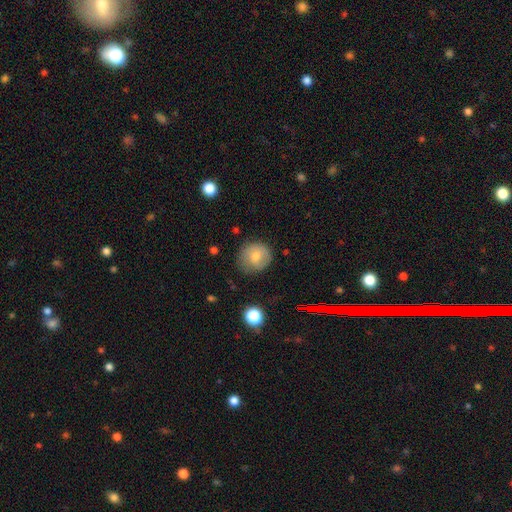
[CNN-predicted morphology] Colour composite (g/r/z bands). It shows a smooth galaxy with no disk features (76%) that is round (85%). Merging: none (70%).